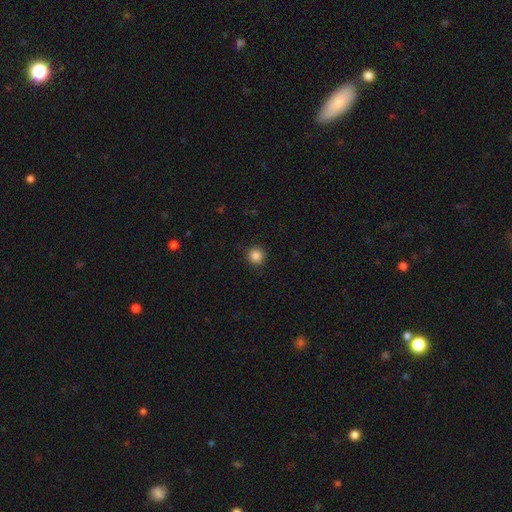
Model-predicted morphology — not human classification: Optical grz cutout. It shows a smooth galaxy with no disk features (86%) that is round (94%). Merging: none (90%).